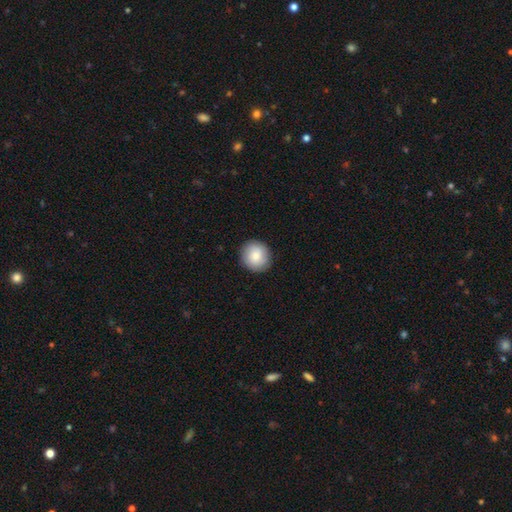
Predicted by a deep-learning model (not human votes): smooth 84%, featured or disk 10%, star or artifact 6%. Down the decision tree: how rounded — round (89%); merging — none (90%).